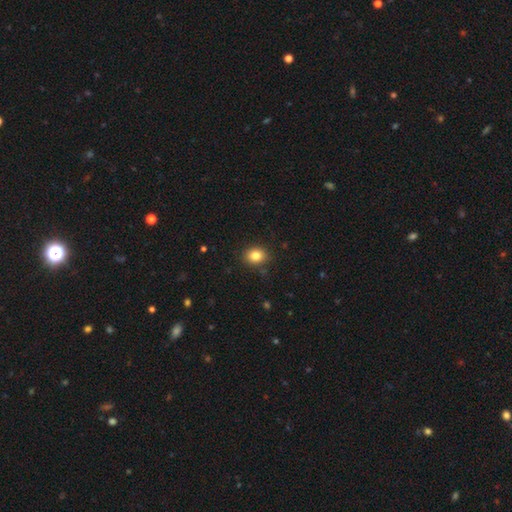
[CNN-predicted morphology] smooth-or-featured: smooth: 83% | star or artifact: 11% | featured or disk: 7%
  how-rounded: round: 56% | in between: 43% | cigar-shaped: 1%
  merging: none: 88% | minor disturbance: 9% | major disturbance: 2% | merger: 1%